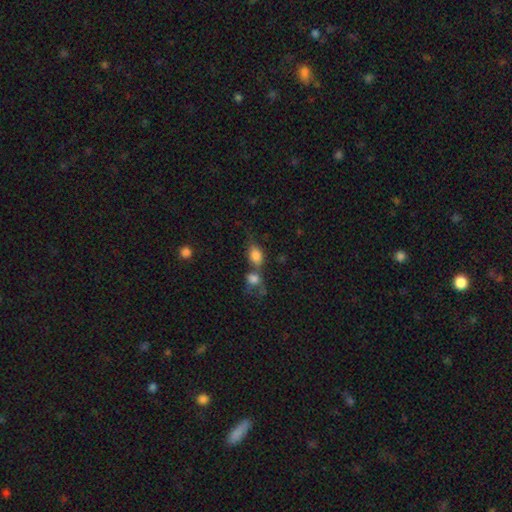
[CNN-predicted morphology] This is clearly a smooth galaxy (81%). How rounded: likely in between (76%). Merging: possibly merger (51%).